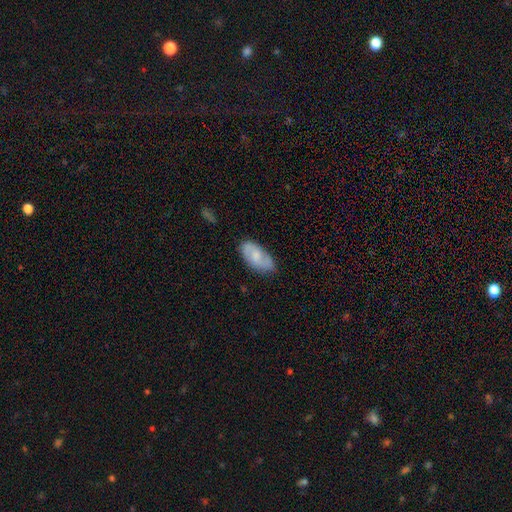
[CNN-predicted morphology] smooth-or-featured: smooth: 56% | featured or disk: 38% | star or artifact: 6%
  how-rounded: in between: 92% | cigar-shaped: 5% | round: 3%
  merging: none: 72% | minor disturbance: 22% | major disturbance: 4% | merger: 2%